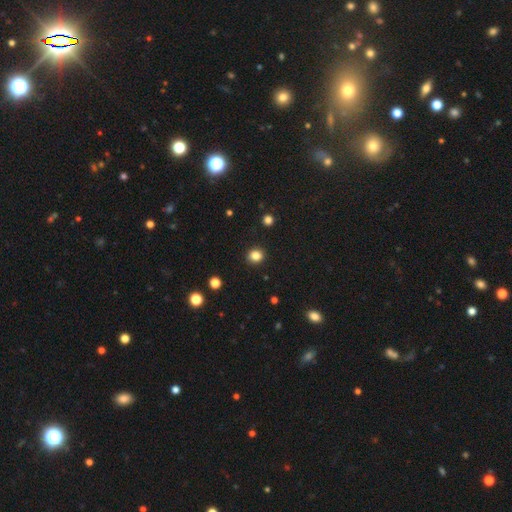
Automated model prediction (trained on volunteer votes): Smooth or featured? smooth (84%)
How rounded? round (77%)
Merging? none (91%)